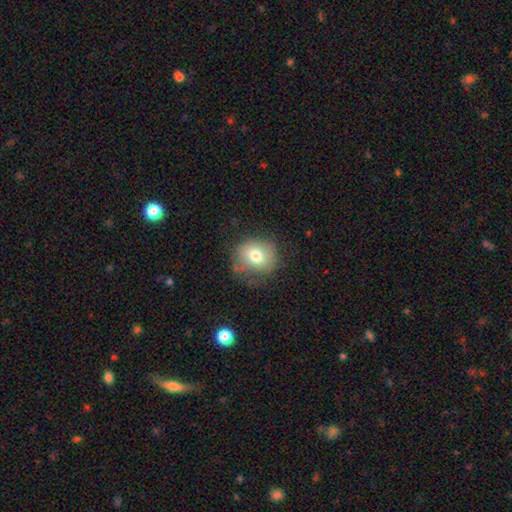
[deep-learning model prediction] Smooth or featured? smooth (75%)
How rounded? round (75%)
Merging? none (65%)